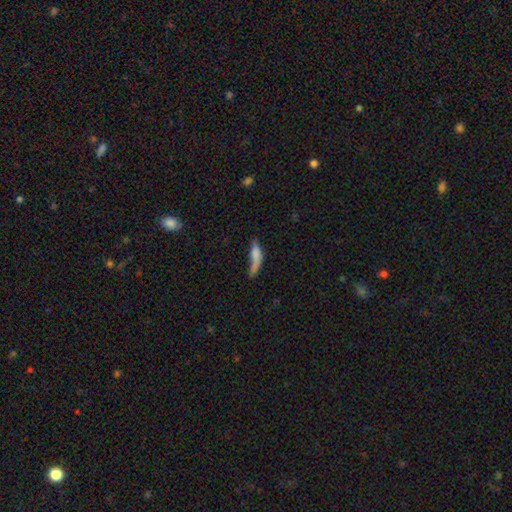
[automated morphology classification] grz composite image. It shows a smooth galaxy with no disk features (66%) that is cigar-shaped (69%). Merging: none (33%).